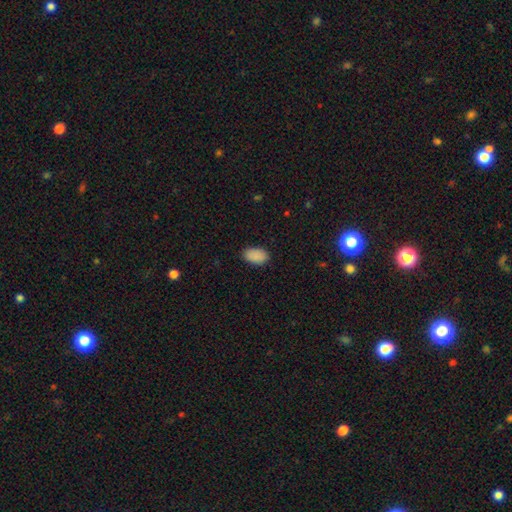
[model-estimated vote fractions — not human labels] Smooth or featured? Predicted: smooth (p=0.90). How rounded? Predicted: in between (p=0.93). Merging? Predicted: none (p=0.87).